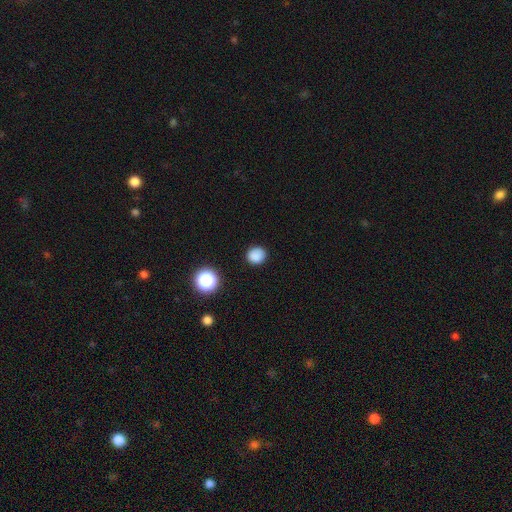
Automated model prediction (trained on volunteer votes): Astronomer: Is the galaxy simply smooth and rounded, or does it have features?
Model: smooth — 84%.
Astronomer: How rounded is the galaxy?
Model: round — 87%.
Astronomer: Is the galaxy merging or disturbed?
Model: none — 89%.